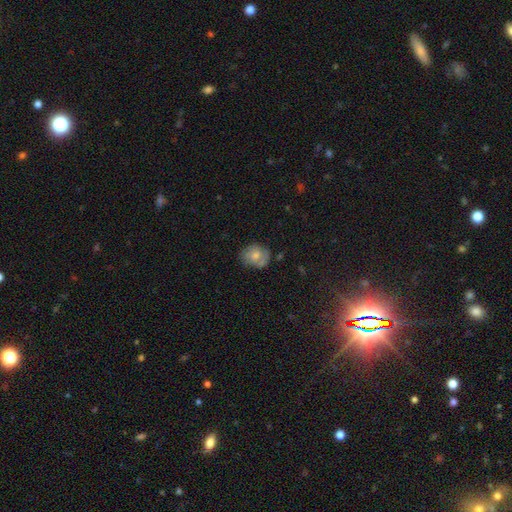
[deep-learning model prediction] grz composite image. It shows a smooth galaxy with no disk features (58%) that is round (63%). Merging: none (63%).